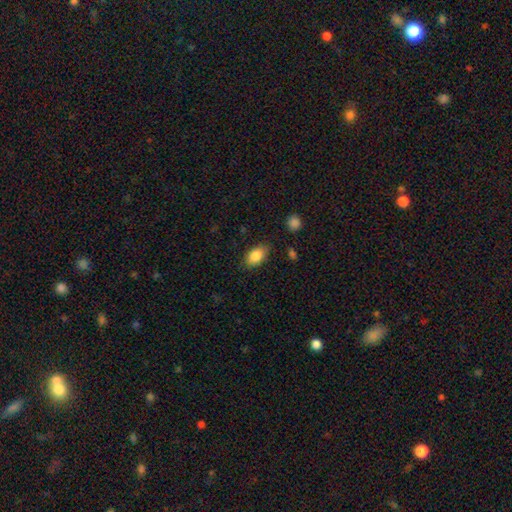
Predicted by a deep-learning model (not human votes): smooth-or-featured: smooth: 86% | star or artifact: 7% | featured or disk: 7%
  how-rounded: in between: 90% | round: 8% | cigar-shaped: 2%
  merging: none: 82% | minor disturbance: 13% | major disturbance: 3% | merger: 2%